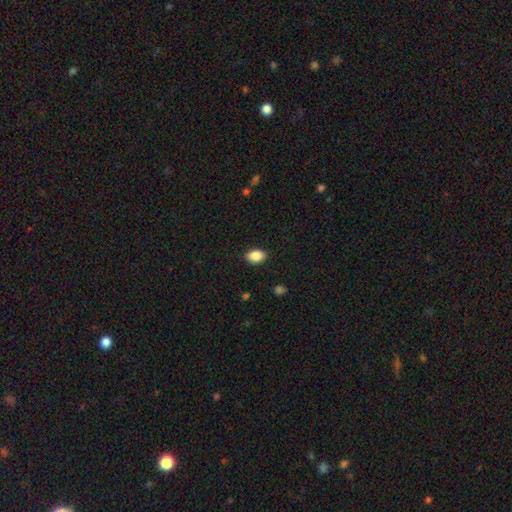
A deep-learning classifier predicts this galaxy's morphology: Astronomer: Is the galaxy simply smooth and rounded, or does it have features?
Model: smooth — 88%.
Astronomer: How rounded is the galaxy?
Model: in between — 86%.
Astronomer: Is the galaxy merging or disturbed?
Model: none — 88%.